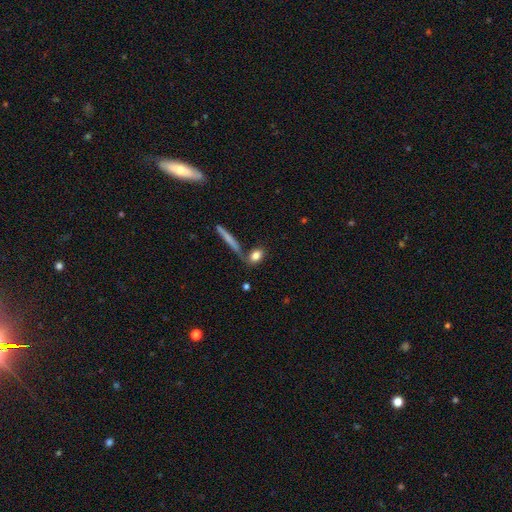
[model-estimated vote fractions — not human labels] smooth 80%, featured or disk 12%, star or artifact 8%. Down the decision tree: how rounded — in between (58%); merging — none (65%).